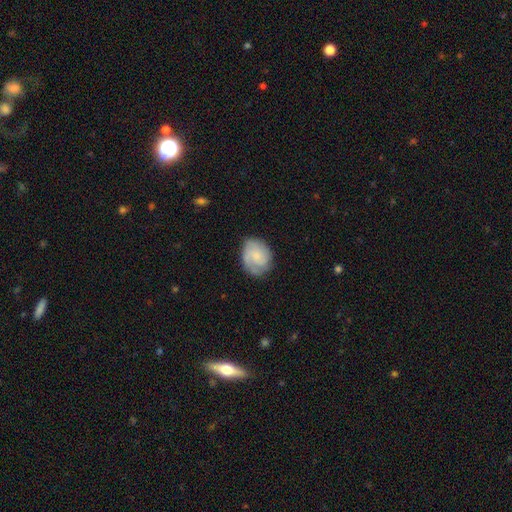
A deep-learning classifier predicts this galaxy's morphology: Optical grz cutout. It shows a smooth galaxy with no disk features (47%, tied with featured or disk). Merging: none (69%).